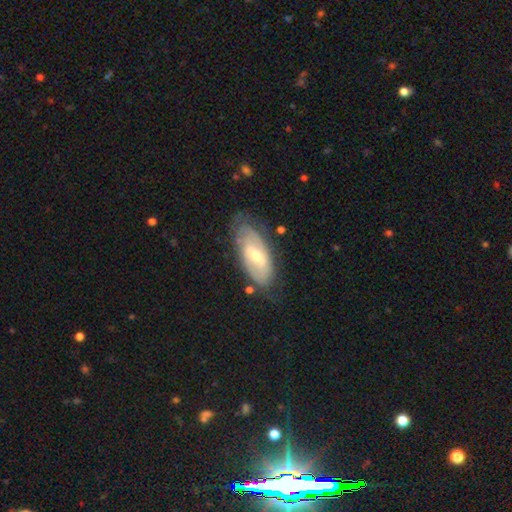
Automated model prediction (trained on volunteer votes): Smooth or featured? Predicted: featured or disk (p=0.70). Edge-on disk? Predicted: no (p=0.90). Bar? Predicted: weak (p=0.48). Spiral arms? Predicted: yes (p=0.77). Bulge size? Predicted: moderate (p=0.53). Merging? Predicted: none (p=0.69).